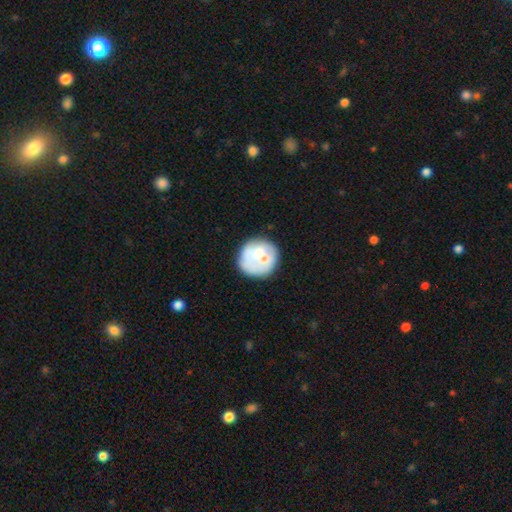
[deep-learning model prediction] This is possibly a smooth galaxy (53%). How rounded: clearly round (86%). Merging: possibly none (56%).